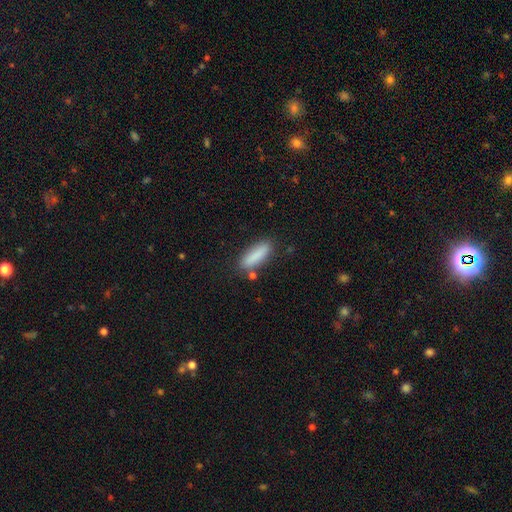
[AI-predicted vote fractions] This appears to be a smooth galaxy with no disk features (86%) that is cigar-shaped (54%). Merging: none (80%).